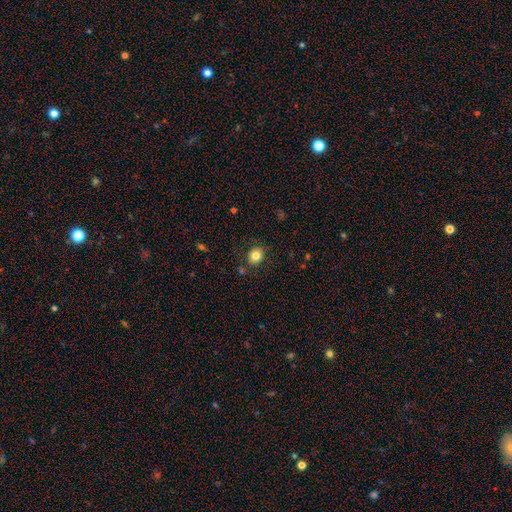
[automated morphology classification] Smooth or featured: smooth — 83% (star or artifact — 11%)
How rounded: round — 64% (in between — 35%)
Merging: none — 84% (minor disturbance — 10%)